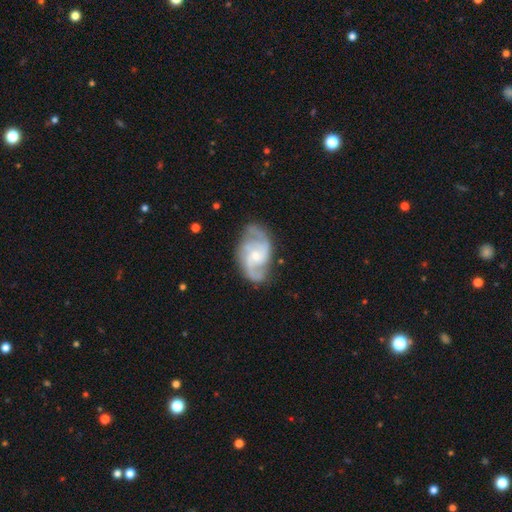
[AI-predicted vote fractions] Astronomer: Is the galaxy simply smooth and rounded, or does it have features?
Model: featured or disk — 88%.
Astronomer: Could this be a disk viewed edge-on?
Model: no — 97%.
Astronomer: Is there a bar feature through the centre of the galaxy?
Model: no — 54% (runner-up: weak, 39%).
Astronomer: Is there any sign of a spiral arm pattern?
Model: yes — 97%.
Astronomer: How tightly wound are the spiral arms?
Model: medium — 55%.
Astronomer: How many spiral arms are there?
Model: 2 — 62%.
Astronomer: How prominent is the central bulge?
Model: small — 59% (runner-up: moderate, 35%).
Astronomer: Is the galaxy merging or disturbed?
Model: none — 73%.